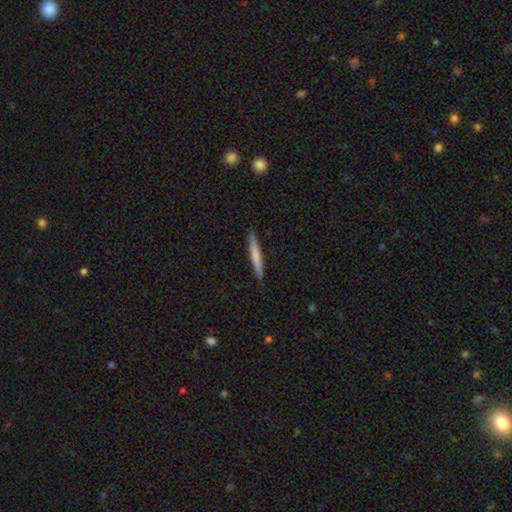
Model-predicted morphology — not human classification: This is likely a smooth galaxy (71%). How rounded: clearly cigar-shaped (96%). Merging: clearly none (91%).